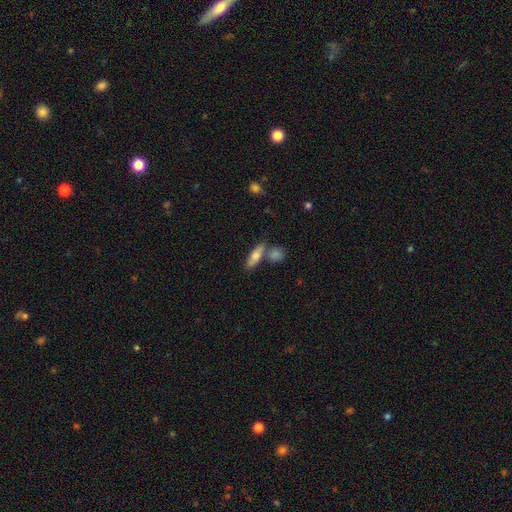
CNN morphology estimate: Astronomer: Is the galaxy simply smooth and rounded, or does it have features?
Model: smooth — 67%.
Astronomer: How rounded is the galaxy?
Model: in between — 49% (runner-up: cigar-shaped, 47%).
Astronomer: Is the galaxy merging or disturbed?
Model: none — 65%.